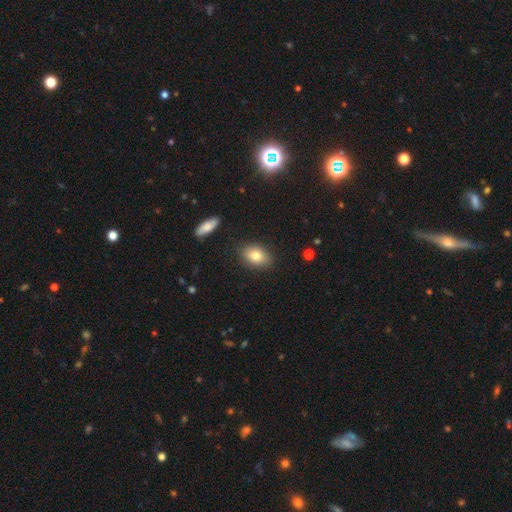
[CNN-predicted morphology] smooth 81%, featured or disk 11%, star or artifact 8%. Down the decision tree: how rounded — in between (83%); merging — none (85%).